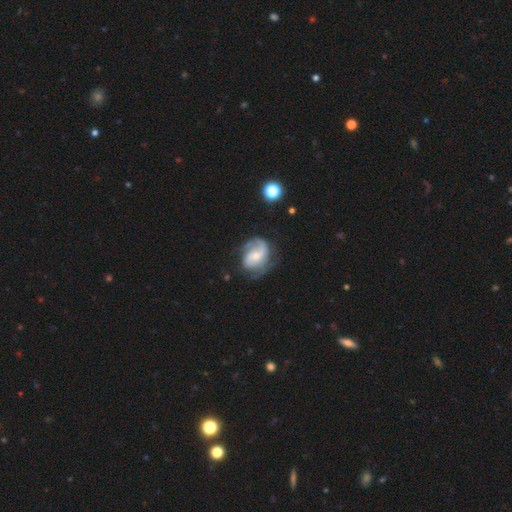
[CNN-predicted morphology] featured or disk 74%, smooth 20%, star or artifact 6%. Down the decision tree: edge-on disk — no (97%); bar — no (55%); spiral arms — yes (90%); spiral arm count — 2 (55%); spiral winding — medium (41%); bulge size — small (57%); merging — none (54%).